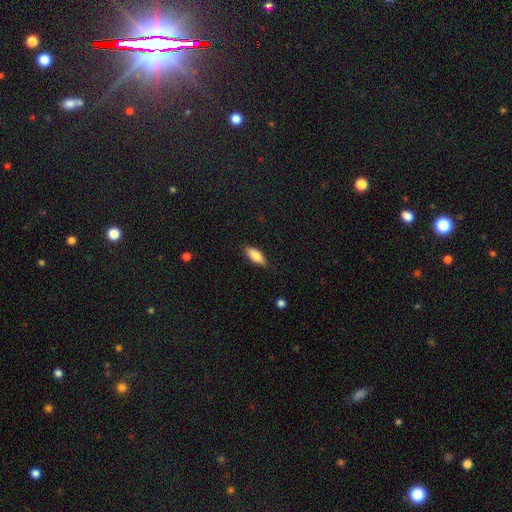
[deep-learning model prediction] Smooth or featured: smooth — 78% (featured or disk — 16%)
How rounded: in between — 72% (cigar-shaped — 26%)
Merging: none — 84% (minor disturbance — 13%)